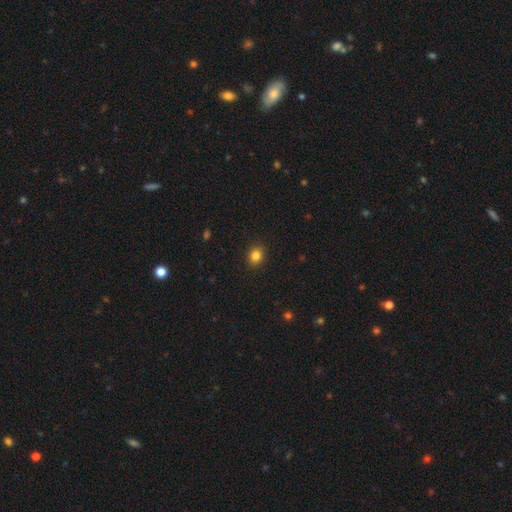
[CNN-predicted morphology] Smooth or featured? Predicted: smooth (p=0.84). How rounded? Predicted: round (p=0.54). Merging? Predicted: none (p=0.90).